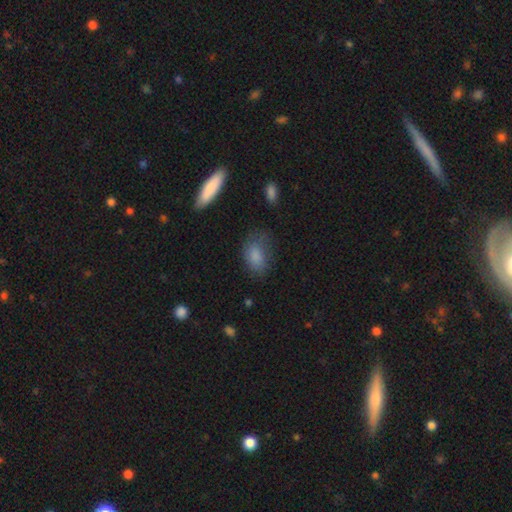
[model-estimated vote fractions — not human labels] smooth 82%, star or artifact 9%, featured or disk 9%. Down the decision tree: how rounded — in between (86%); merging — none (55%).